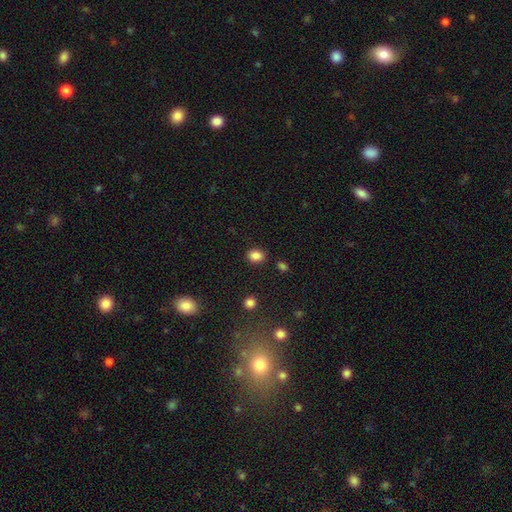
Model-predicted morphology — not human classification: Smooth or featured? smooth (86%)
How rounded? in between (58%)
Merging? none (84%)